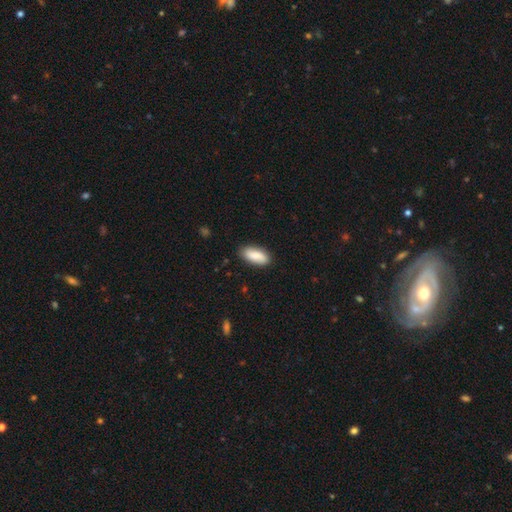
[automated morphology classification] Smooth or featured? smooth (86%)
How rounded? in between (85%)
Merging? none (86%)